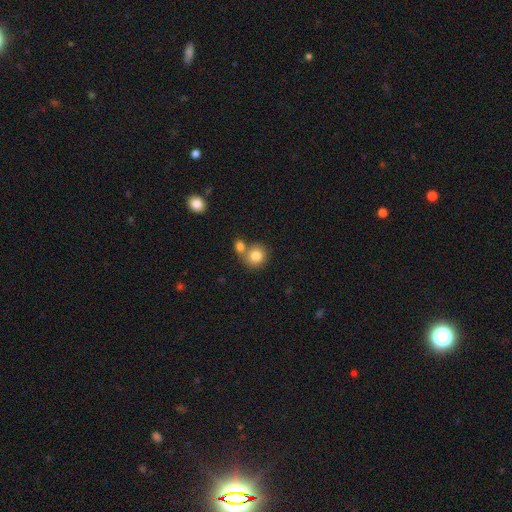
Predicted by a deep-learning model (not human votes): Morphology: type=smooth (81%); roundness=round (86%); merging=none (51%).